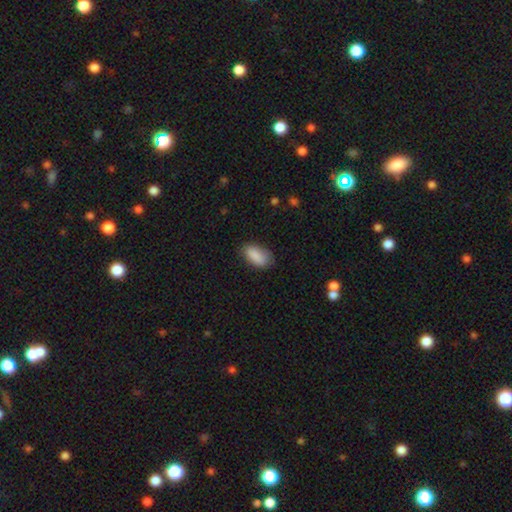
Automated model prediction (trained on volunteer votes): smooth-or-featured: smooth: 88% | star or artifact: 7% | featured or disk: 5%
  how-rounded: in between: 92% | cigar-shaped: 4% | round: 4%
  merging: none: 75% | minor disturbance: 20% | major disturbance: 4% | merger: 1%